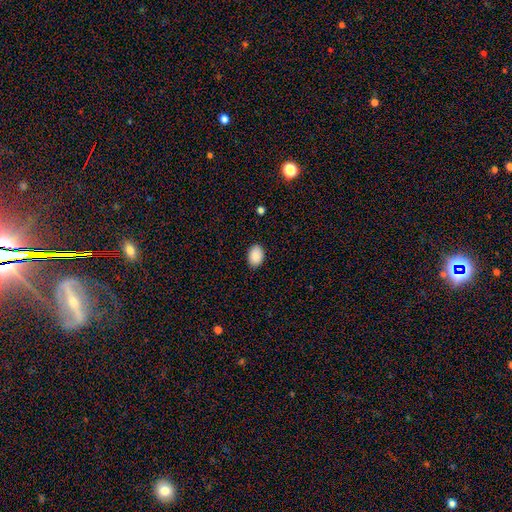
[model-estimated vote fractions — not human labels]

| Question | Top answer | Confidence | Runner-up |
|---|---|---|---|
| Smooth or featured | smooth | 89% | star or artifact (7%) |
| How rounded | in between | 80% | round (19%) |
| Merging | none | 87% | minor disturbance (10%) |